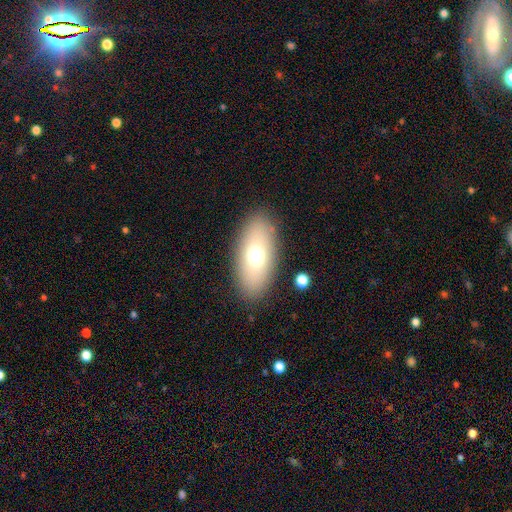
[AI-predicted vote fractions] smooth-or-featured: smooth: 67% | featured or disk: 22% | star or artifact: 11%
  how-rounded: in between: 88% | round: 7% | cigar-shaped: 5%
  merging: none: 86% | minor disturbance: 8% | major disturbance: 4% | merger: 1%